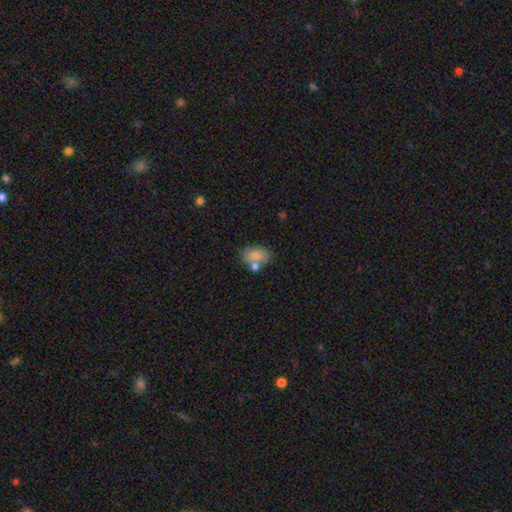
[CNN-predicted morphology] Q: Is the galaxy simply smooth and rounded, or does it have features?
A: smooth — 80%.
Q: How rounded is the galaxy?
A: in between — 86%.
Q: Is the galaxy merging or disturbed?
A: none — 52%.